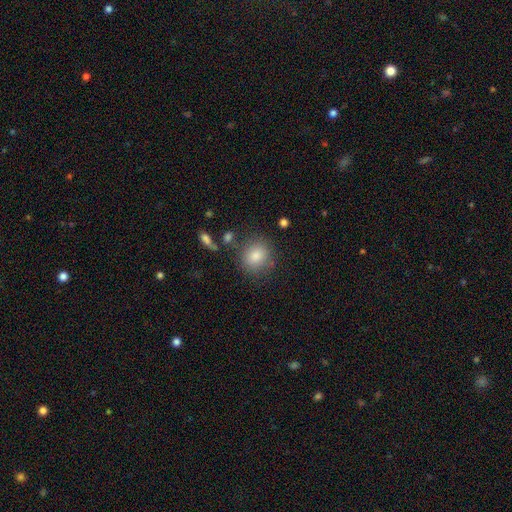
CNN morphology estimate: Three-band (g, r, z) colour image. It shows a smooth galaxy with no disk features (82%) that is round (77%). Merging: none (81%).